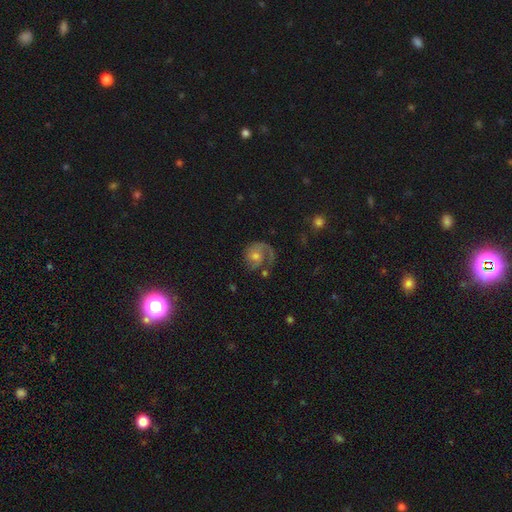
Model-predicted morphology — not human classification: Smooth or featured: featured or disk — 76% (smooth — 15%)
Edge-on disk: no — 98% (yes — 2%)
Bar: no — 74% (weak — 23%)
Spiral arms: yes — 92% (no — 8%)
Spiral winding: medium — 41% (tight — 37%)
Spiral arm count: 1 — 68% (2 — 21%)
Bulge size: moderate — 50% (small — 39%)
Merging: none — 55% (major disturbance — 23%)